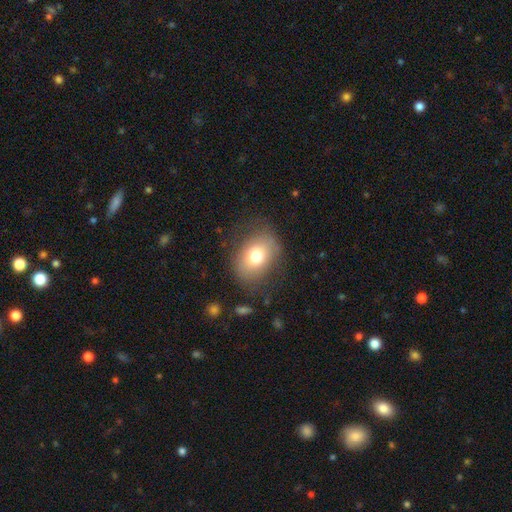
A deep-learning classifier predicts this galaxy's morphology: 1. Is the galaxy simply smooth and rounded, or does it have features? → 74% smooth, 17% featured or disk, 9% star or artifact.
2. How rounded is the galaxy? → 70% in between, 29% round, 1% cigar-shaped.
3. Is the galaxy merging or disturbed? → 70% none, 19% minor disturbance, 10% major disturbance, 2% merger.